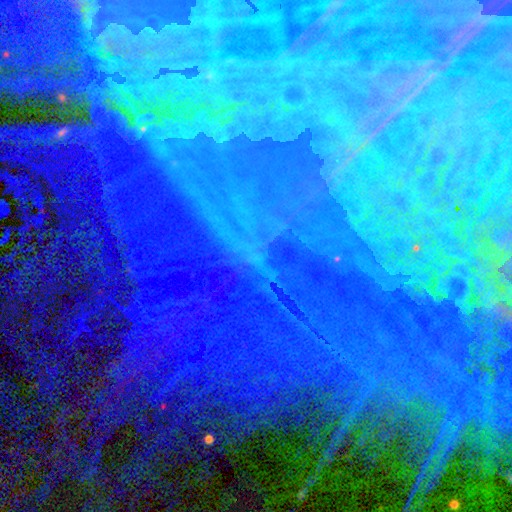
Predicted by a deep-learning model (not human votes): Morphology: type=star or artifact (84%).